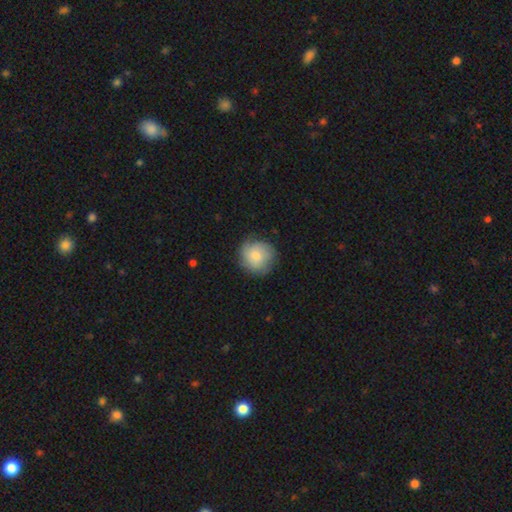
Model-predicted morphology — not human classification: smooth_or_featured: smooth (p=0.70) [alt: featured or disk p=0.23]
how_rounded: round (p=0.91) [alt: in between p=0.08]
merging: none (p=0.77) [alt: minor disturbance p=0.17]